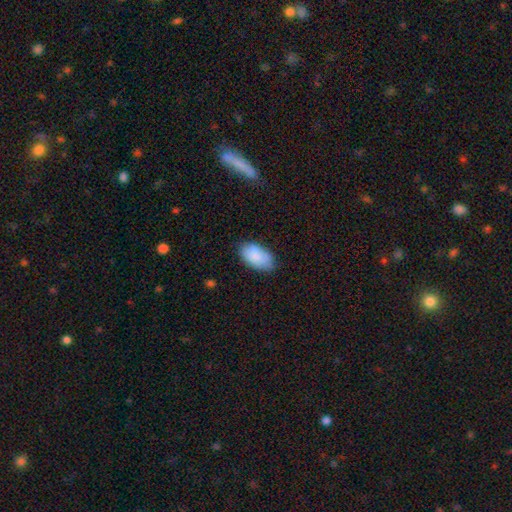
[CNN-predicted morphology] type=smooth (86%); roundness=in between (94%); merging=none (76%).